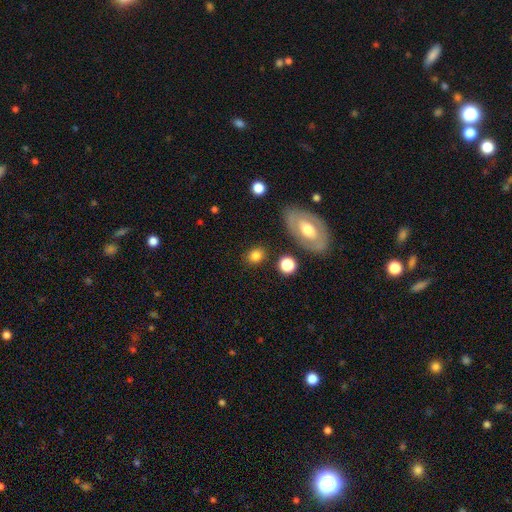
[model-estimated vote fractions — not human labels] Morphology: type=smooth (79%); roundness=round (54%); merging=none (83%).